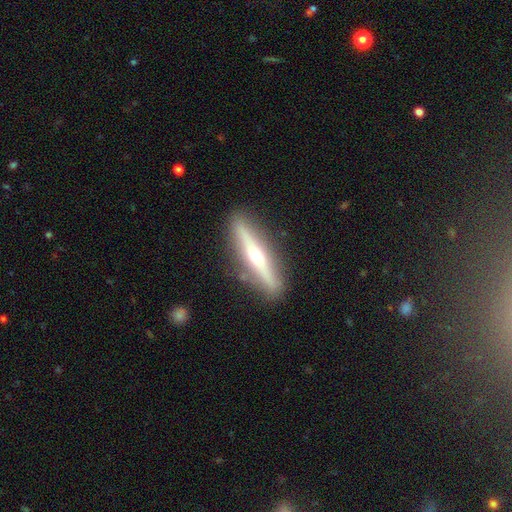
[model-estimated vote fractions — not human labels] featured or disk 68%, smooth 26%, star or artifact 5%. Down the decision tree: edge-on disk — yes (95%); edge-on bulge — rounded (90%); merging — none (87%).